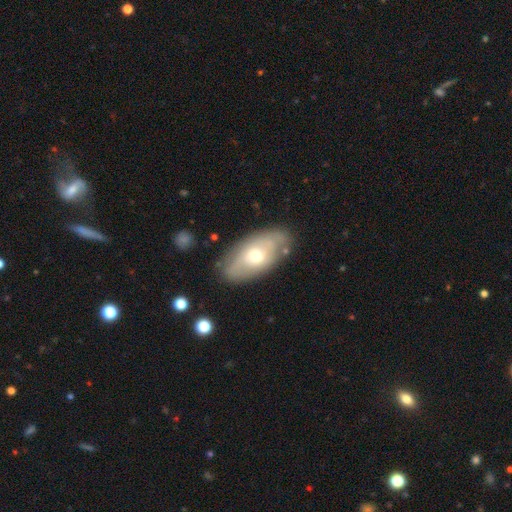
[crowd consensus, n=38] smooth_or_featured: smooth (p=0.55) [alt: featured or disk p=0.45]
how_rounded: in between (p=1.00)
merging: none (p=0.74) [alt: minor disturbance p=0.21]